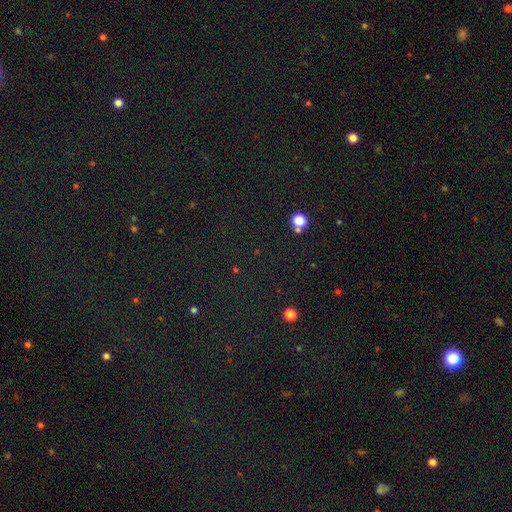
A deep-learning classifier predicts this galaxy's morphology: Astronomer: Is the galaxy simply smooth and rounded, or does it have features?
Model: star or artifact — 79%.